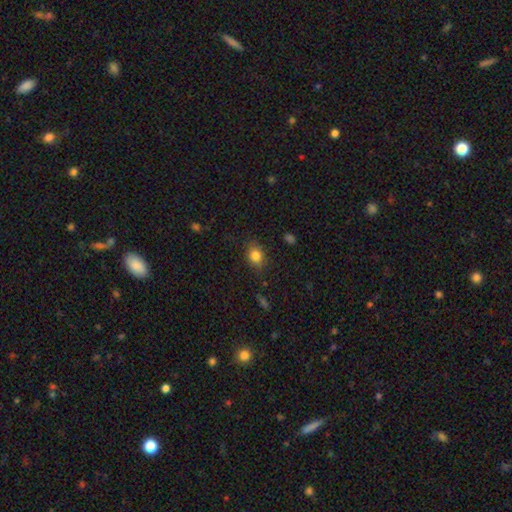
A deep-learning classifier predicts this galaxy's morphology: A smooth galaxy with no disk features (82%) that is in between round and cigar-shaped (53%). Merging: none (80%).